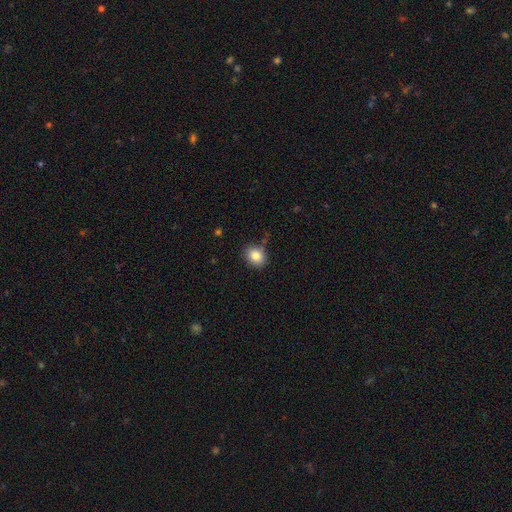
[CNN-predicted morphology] A smooth galaxy with no disk features (84%) that is round (53%). Merging: none (82%).